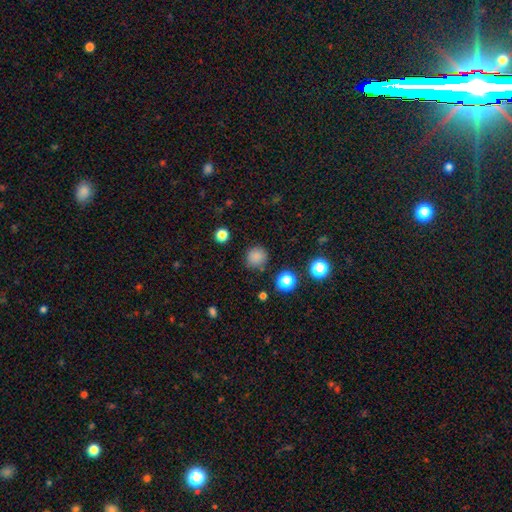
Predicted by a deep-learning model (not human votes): Smooth or featured? Predicted: smooth (p=0.82). How rounded? Predicted: round (p=0.92). Merging? Predicted: none (p=0.85).